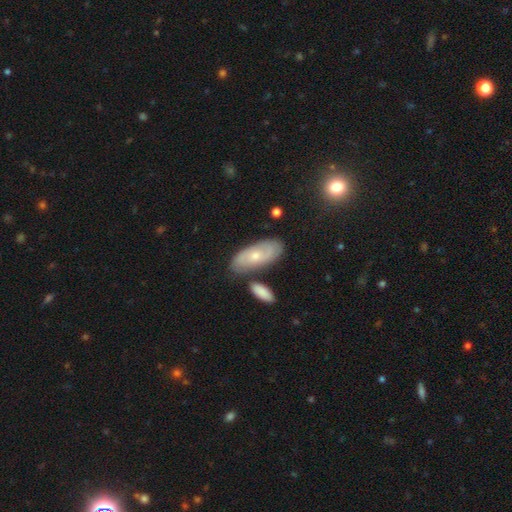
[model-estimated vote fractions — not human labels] A smooth galaxy with no disk features (48%).

Vote fractions:
- Smooth or featured? smooth: 48% / featured or disk: 45% / star or artifact: 7%
- Merging? none: 70% / minor disturbance: 16% / merger: 10% / major disturbance: 4%